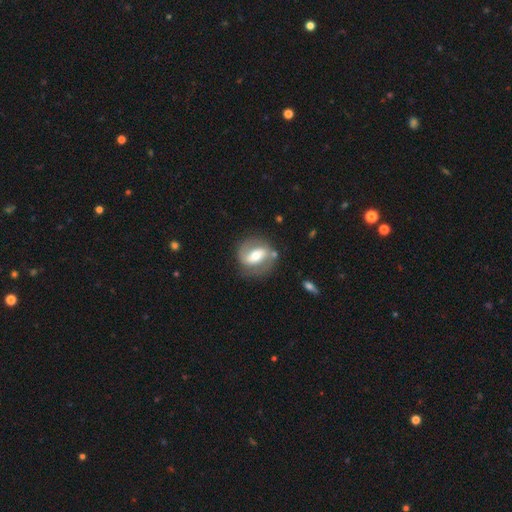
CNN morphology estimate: Q: Smooth or featured?
A: featured or disk (65%); runner-up: smooth (29%)
Q: Edge-on disk?
A: no (94%); runner-up: yes (6%)
Q: Bar?
A: strong (46%); runner-up: weak (33%)
Q: Spiral arms?
A: yes (71%); runner-up: no (29%)
Q: Bulge size?
A: moderate (64%); runner-up: small (20%)
Q: Merging?
A: none (72%); runner-up: minor disturbance (16%)